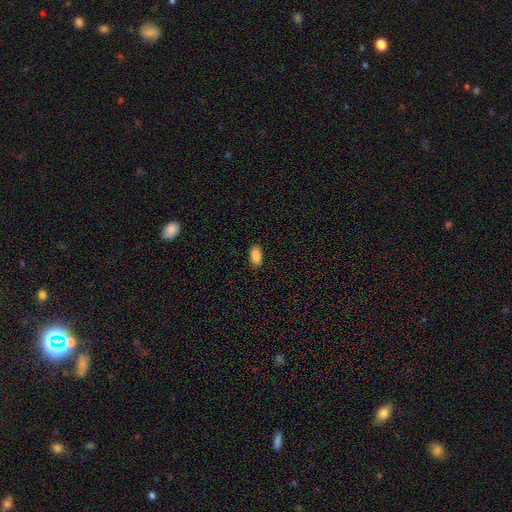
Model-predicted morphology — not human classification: smooth_or_featured: smooth (p=0.88) [alt: star or artifact p=0.08]
how_rounded: in between (p=0.92) [alt: round p=0.04]
merging: none (p=0.87) [alt: minor disturbance p=0.10]